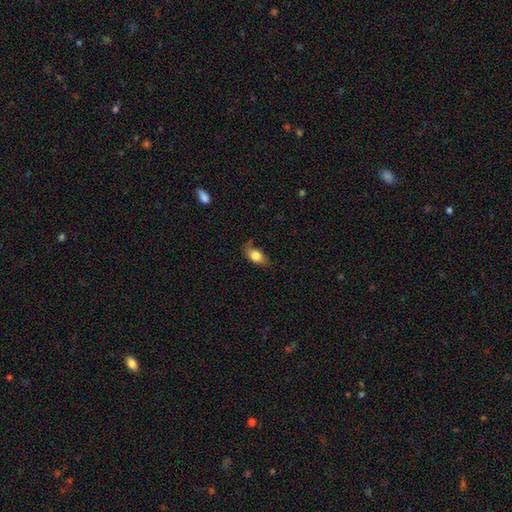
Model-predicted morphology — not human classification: This is likely a smooth galaxy (79%). How rounded: clearly in between (84%). Merging: likely none (70%).